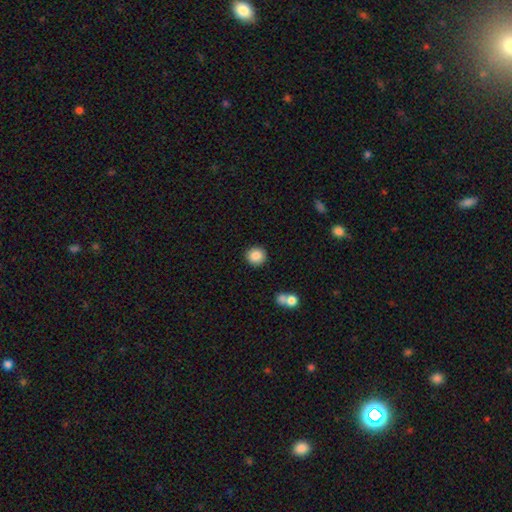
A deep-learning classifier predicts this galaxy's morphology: Smooth or featured? Predicted: smooth (p=0.87). How rounded? Predicted: round (p=0.91). Merging? Predicted: none (p=0.90).